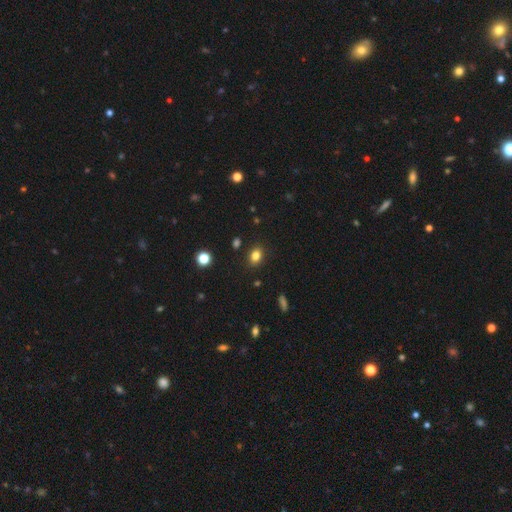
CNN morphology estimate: Q: Smooth or featured?
A: smooth (82%); runner-up: star or artifact (12%)
Q: How rounded?
A: in between (62%); runner-up: round (36%)
Q: Merging?
A: none (87%); runner-up: minor disturbance (9%)